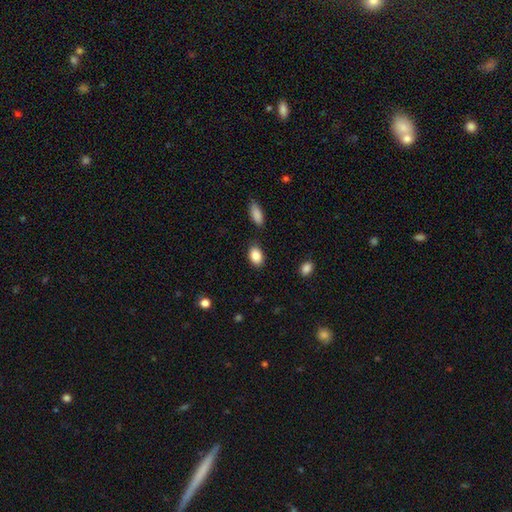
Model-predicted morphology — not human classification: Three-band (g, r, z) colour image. It shows a smooth galaxy with no disk features (88%) that is in between round and cigar-shaped (84%). Merging: none (81%).